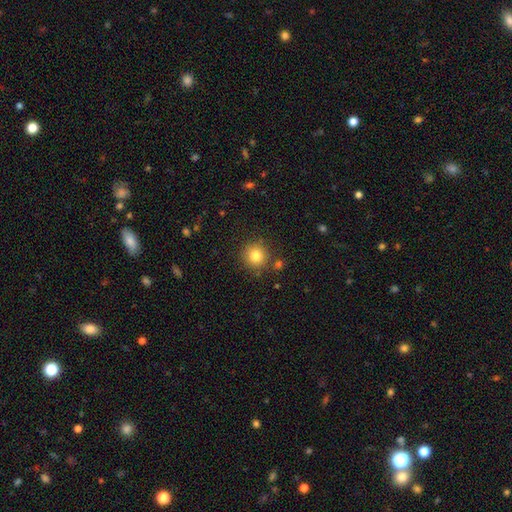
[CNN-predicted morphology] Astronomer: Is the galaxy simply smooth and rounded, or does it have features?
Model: smooth — 82%.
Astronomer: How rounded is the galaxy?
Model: round — 94%.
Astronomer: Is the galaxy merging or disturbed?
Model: none — 86%.